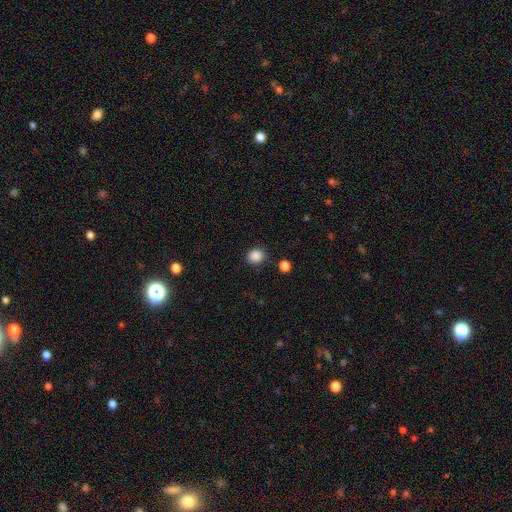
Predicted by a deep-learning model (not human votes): A smooth galaxy with no disk features (87%) that is round (79%).

Vote fractions:
- Smooth or featured? smooth: 87% / star or artifact: 10% / featured or disk: 3%
- How rounded? round: 79% / in between: 20% / cigar-shaped: 1%
- Merging? none: 87% / minor disturbance: 8% / major disturbance: 3% / merger: 3%